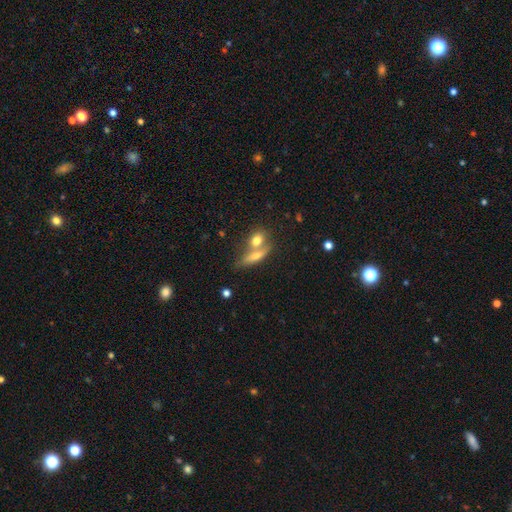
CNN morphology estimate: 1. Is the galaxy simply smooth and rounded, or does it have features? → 64% smooth, 27% featured or disk, 9% star or artifact.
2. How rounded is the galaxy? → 44% in between, 42% cigar-shaped, 14% round.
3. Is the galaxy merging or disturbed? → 45% merger, 40% none, 10% minor disturbance, 5% major disturbance.